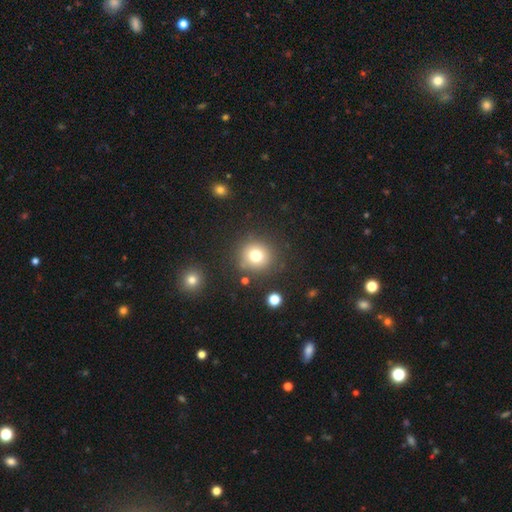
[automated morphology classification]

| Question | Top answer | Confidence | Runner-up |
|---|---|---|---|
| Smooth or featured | smooth | 76% | star or artifact (14%) |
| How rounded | round | 92% | in between (7%) |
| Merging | none | 84% | minor disturbance (8%) |